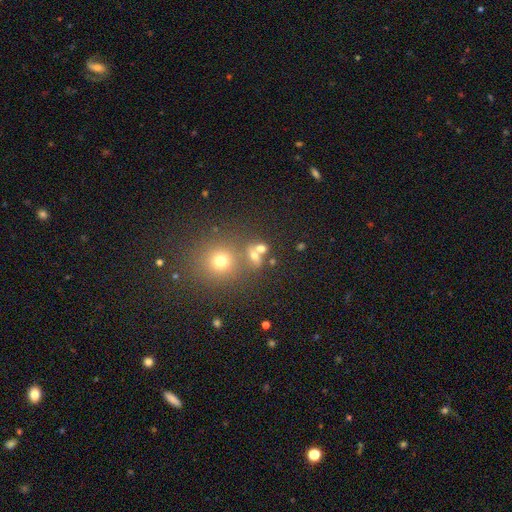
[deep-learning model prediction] This is possibly a smooth galaxy (60%). How rounded: likely round (67%). Merging: possibly none (55%).